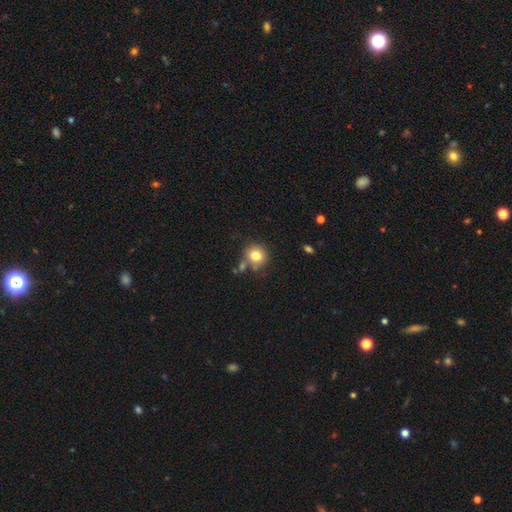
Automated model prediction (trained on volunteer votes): Smooth or featured: smooth — 80% (star or artifact — 10%)
How rounded: round — 87% (in between — 12%)
Merging: none — 68% (minor disturbance — 14%)